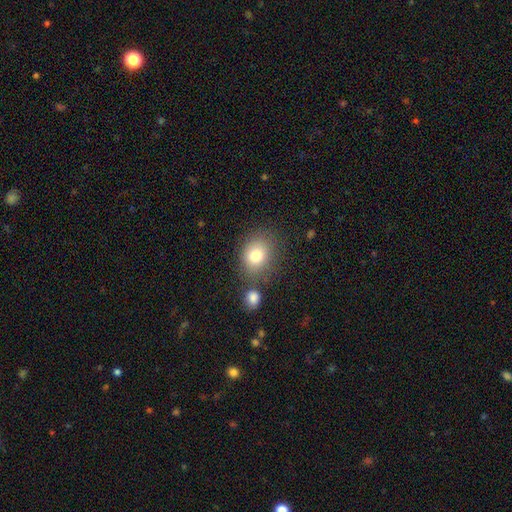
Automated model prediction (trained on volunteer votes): Morphology: type=smooth (80%); roundness=in between (50%); merging=none (66%).